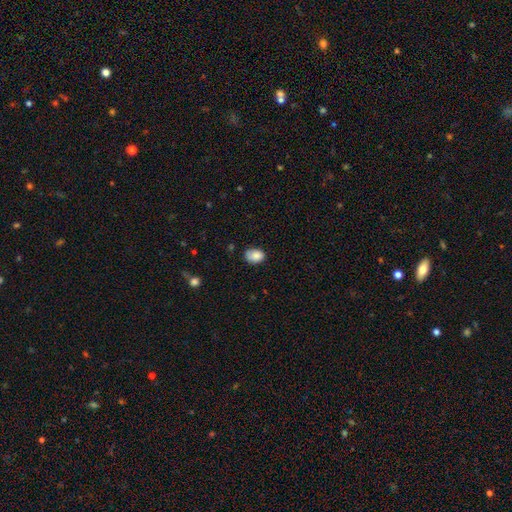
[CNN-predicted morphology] smooth_or_featured: smooth (p=0.84) [alt: star or artifact p=0.08]
how_rounded: in between (p=0.70) [alt: round p=0.29]
merging: none (p=0.63) [alt: minor disturbance p=0.28]